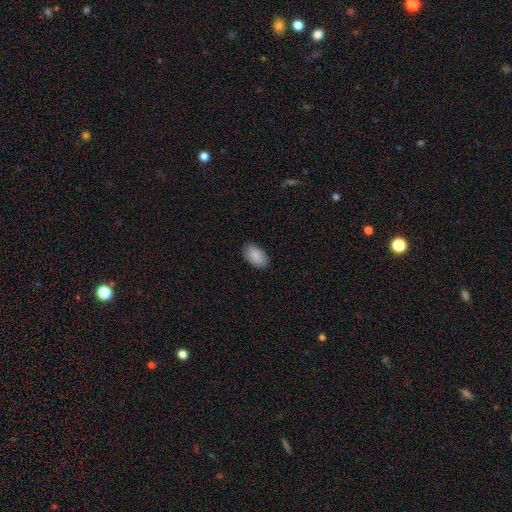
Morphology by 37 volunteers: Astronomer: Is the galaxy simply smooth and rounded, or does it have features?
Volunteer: smooth — 89%.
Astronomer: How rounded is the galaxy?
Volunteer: in between — 94%.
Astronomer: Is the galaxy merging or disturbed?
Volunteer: none — 97%.